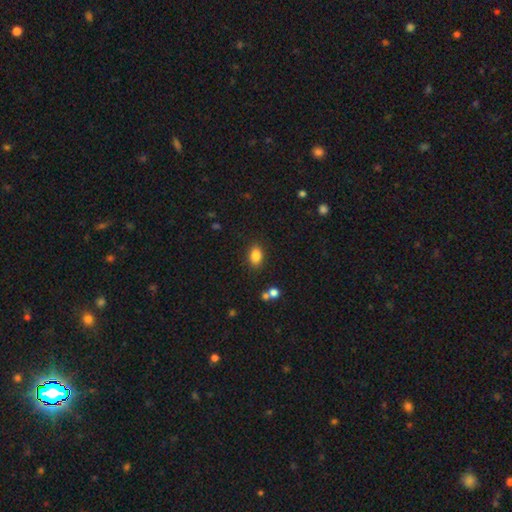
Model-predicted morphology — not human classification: A smooth galaxy with no disk features (85%) that is in between round and cigar-shaped (84%).

Vote fractions:
- Smooth or featured? smooth: 85% / star or artifact: 10% / featured or disk: 5%
- How rounded? in between: 84% / round: 15% / cigar-shaped: 2%
- Merging? none: 85% / minor disturbance: 10% / major disturbance: 3% / merger: 2%